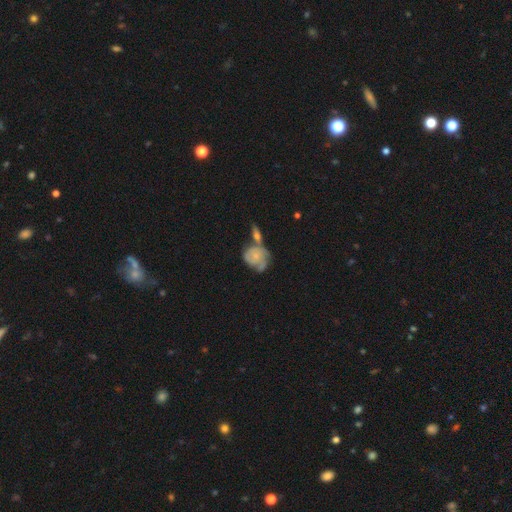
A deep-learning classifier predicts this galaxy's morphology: Overall: featured or disk (61%; smooth 32%). Edge-on disk: no (97%). Bar: no (81%). Spiral arms: yes (83%). Bulge size: small (66%). Merging: none (37%; merger 30%).